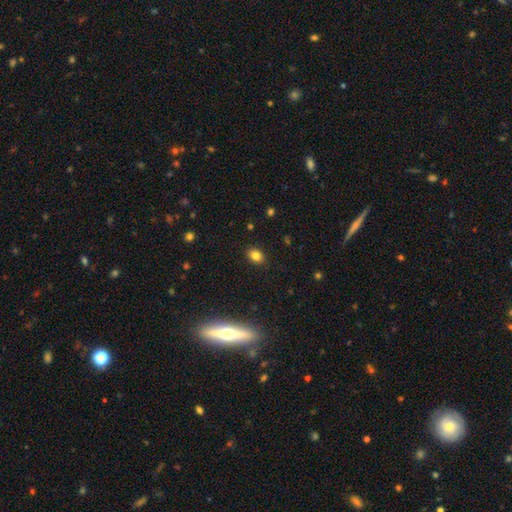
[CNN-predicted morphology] Overall: smooth (81%). How rounded: in between (65%; round 34%). Merging: none (88%).